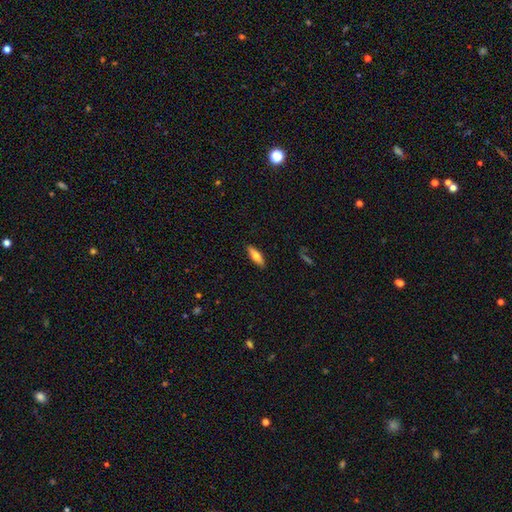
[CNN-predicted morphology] smooth-or-featured: smooth: 68% | featured or disk: 26% | star or artifact: 6%
  how-rounded: cigar-shaped: 52% | in between: 46% | round: 2%
  merging: none: 89% | minor disturbance: 8% | major disturbance: 2% | merger: 1%